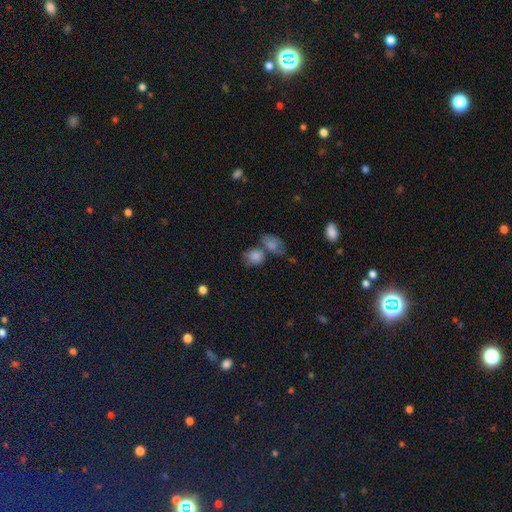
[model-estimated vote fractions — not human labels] Morphology: type=smooth (76%); roundness=round (57%); merging=none (44%).